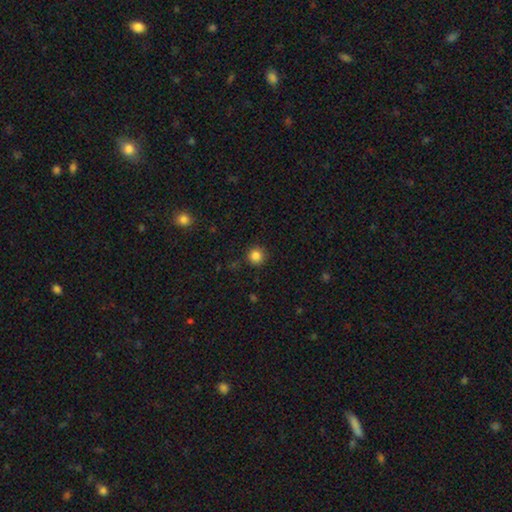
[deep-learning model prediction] A smooth galaxy with no disk features (84%) that is round (95%).

Vote fractions:
- Smooth or featured? smooth: 84% / star or artifact: 12% / featured or disk: 4%
- How rounded? round: 95% / in between: 4% / cigar-shaped: 1%
- Merging? none: 91% / minor disturbance: 6% / major disturbance: 2% / merger: 1%